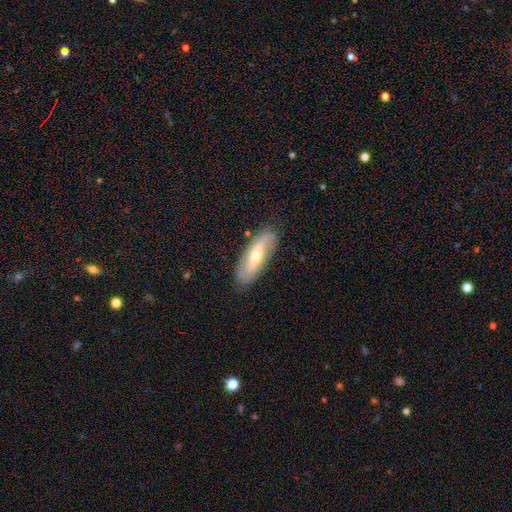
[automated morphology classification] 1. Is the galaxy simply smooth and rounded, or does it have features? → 64% featured or disk, 30% smooth, 6% star or artifact.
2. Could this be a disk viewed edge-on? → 79% no, 21% yes.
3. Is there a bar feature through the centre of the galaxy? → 42% no, 36% weak, 21% strong.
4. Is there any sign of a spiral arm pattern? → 82% yes, 18% no.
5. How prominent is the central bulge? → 57% moderate, 38% small, 3% large, 1% none, 1% dominant.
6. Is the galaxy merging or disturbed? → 83% none, 13% minor disturbance, 3% major disturbance, 1% merger.